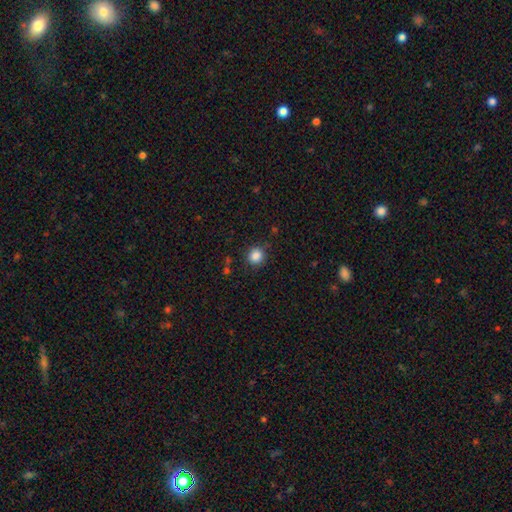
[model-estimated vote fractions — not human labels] Overall: smooth (86%). How rounded: round (89%). Merging: none (86%).